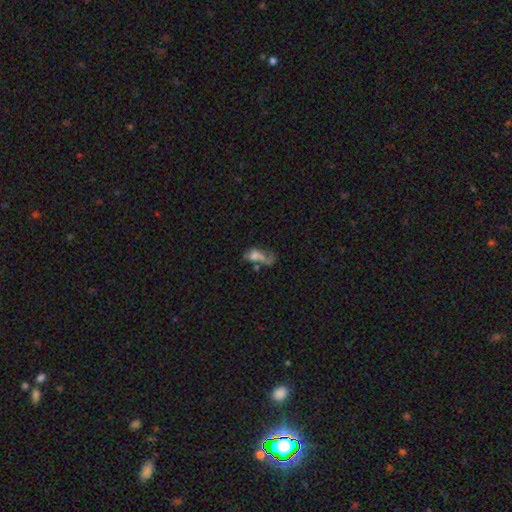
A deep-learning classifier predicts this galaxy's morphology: The model was most divided on "merging": merger: 38%, major disturbance: 32%, none: 18%, minor disturbance: 13%. More confident: how rounded — in between (81%); smooth or featured — smooth (50%).